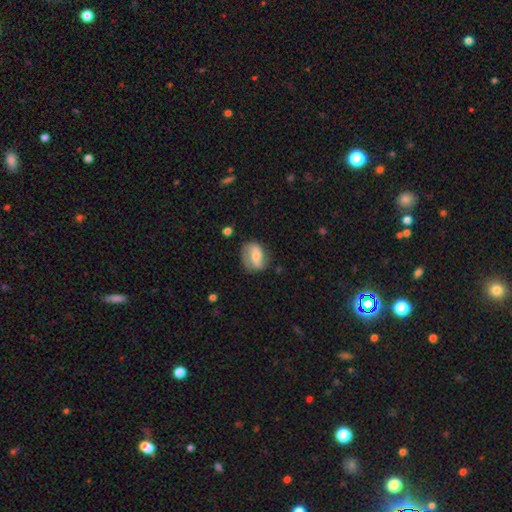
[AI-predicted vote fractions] Overall: featured or disk (50%; smooth 43%). Merging: none (62%; minor disturbance 26%).